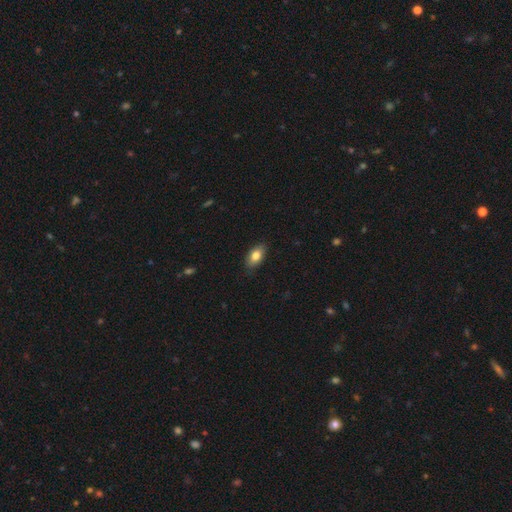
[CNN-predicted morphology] smooth 80%, featured or disk 13%, star or artifact 7%. Down the decision tree: how rounded — in between (90%); merging — none (85%).